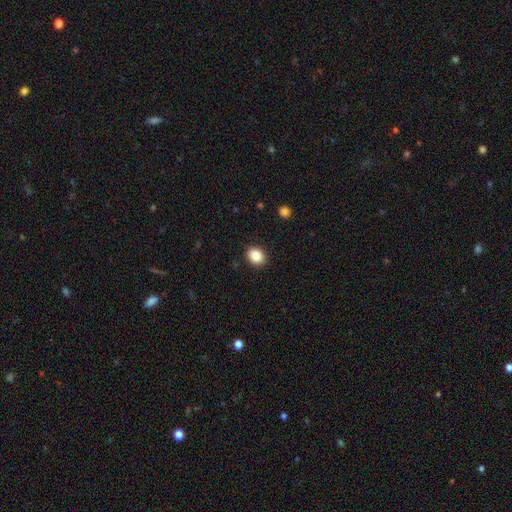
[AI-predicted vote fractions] smooth-or-featured: smooth: 87% | star or artifact: 9% | featured or disk: 4%
  how-rounded: round: 50% | in between: 49% | cigar-shaped: 1%
  merging: none: 90% | minor disturbance: 7% | major disturbance: 2% | merger: 1%